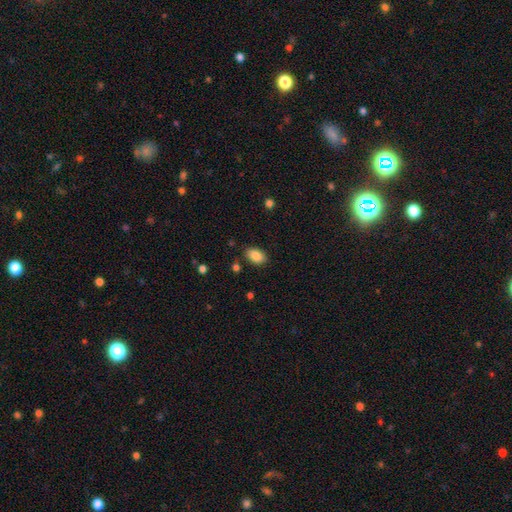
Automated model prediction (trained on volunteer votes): Smooth or featured? smooth (86%)
How rounded? in between (91%)
Merging? none (84%)